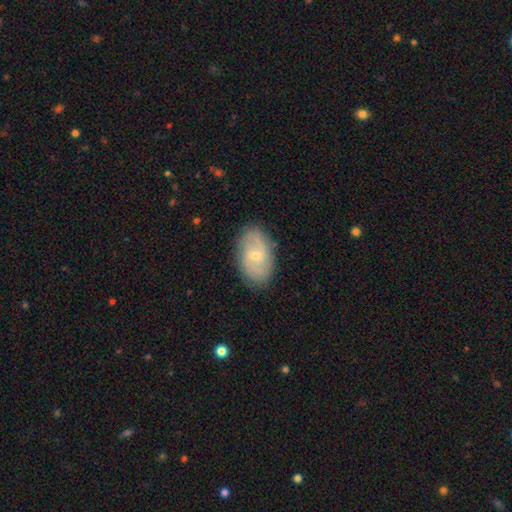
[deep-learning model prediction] The model was most divided on "spiral winding": medium: 42%, tight: 32%, loose: 26%. More confident: edge-on disk — no (95%); spiral arms — yes (85%); merging — none (83%); bulge size — small (70%); smooth or featured — featured or disk (65%); spiral arm count — 2 (61%); bar — no (53%).